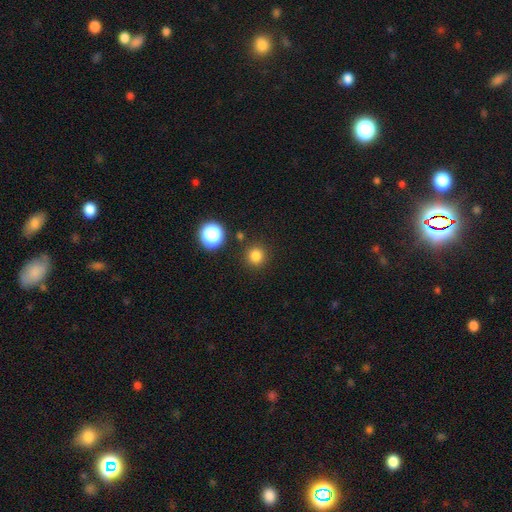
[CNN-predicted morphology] Smooth or featured: smooth — 80% (star or artifact — 16%)
How rounded: round — 95% (in between — 4%)
Merging: none — 88% (minor disturbance — 6%)